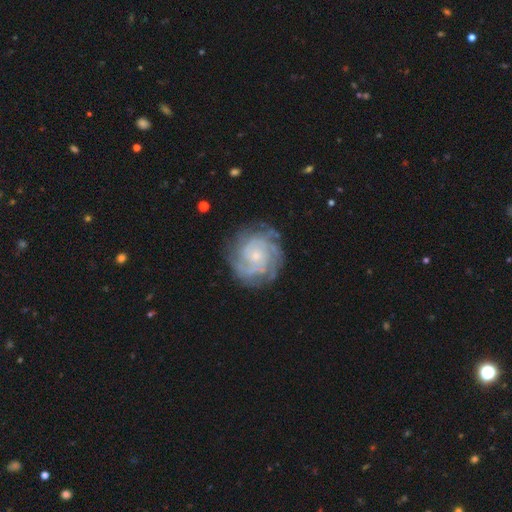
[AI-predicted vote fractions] A featured or disk galaxy (84%) with no bar (77%), tight (71%) spiral arms (96%) and a small central bulge (78%). Merging: none (78%).